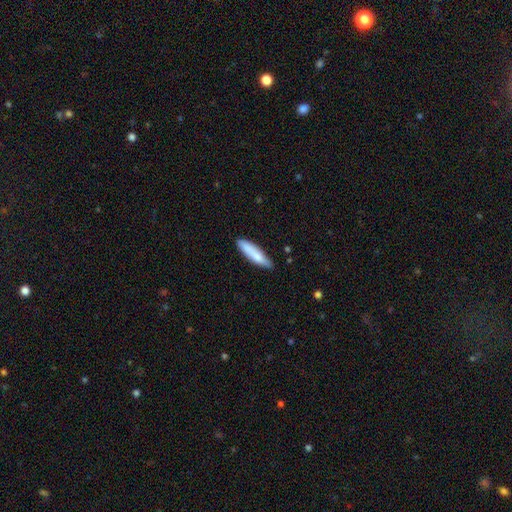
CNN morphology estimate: Smooth or featured: smooth — 81% (featured or disk — 14%)
How rounded: cigar-shaped — 72% (in between — 26%)
Merging: none — 80% (minor disturbance — 16%)